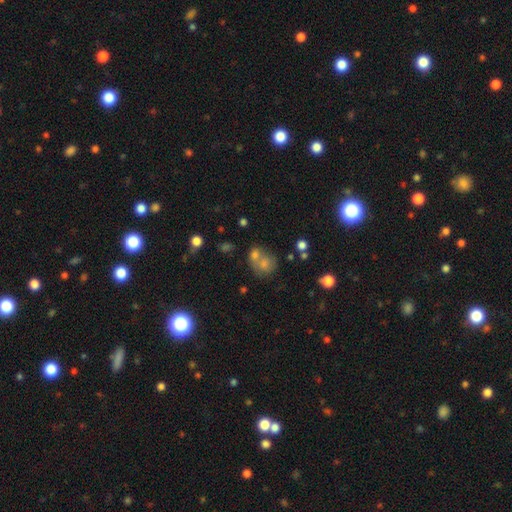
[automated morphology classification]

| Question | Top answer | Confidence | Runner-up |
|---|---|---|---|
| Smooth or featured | smooth | 63% | star or artifact (19%) |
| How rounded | round | 72% | in between (26%) |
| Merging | merger | 46% | none (39%) |